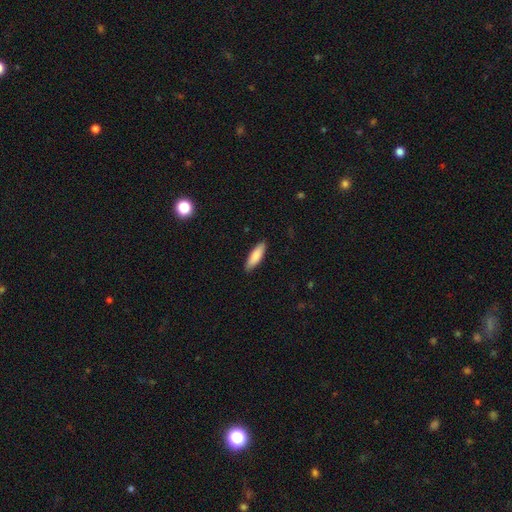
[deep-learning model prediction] Smooth or featured? Predicted: smooth (p=0.85). How rounded? Predicted: cigar-shaped (p=0.52). Merging? Predicted: none (p=0.88).